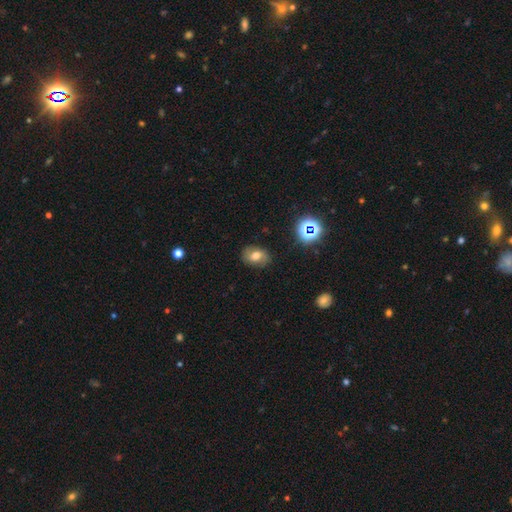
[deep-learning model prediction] Smooth or featured: smooth — 56% (featured or disk — 27%)
How rounded: in between — 65% (round — 34%)
Merging: none — 81% (minor disturbance — 14%)